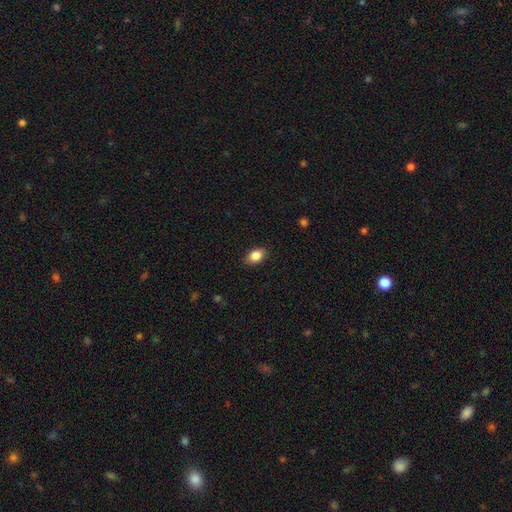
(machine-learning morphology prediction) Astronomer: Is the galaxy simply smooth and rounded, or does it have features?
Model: smooth — 87%.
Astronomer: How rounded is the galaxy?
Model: in between — 86%.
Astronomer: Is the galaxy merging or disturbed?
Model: none — 88%.